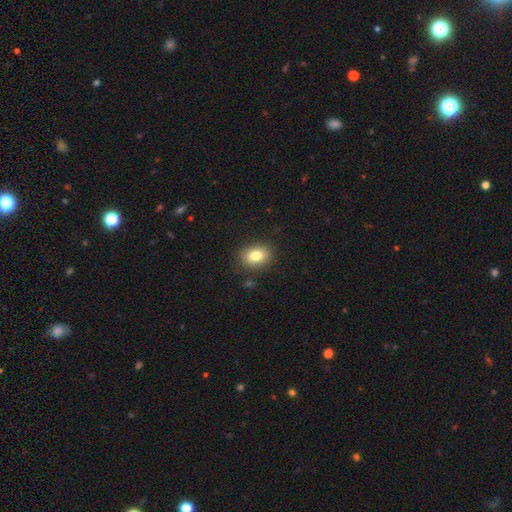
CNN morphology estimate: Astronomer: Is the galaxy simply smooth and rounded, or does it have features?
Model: smooth — 82%.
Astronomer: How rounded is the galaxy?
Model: in between — 72%.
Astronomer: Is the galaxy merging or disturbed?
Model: none — 85%.